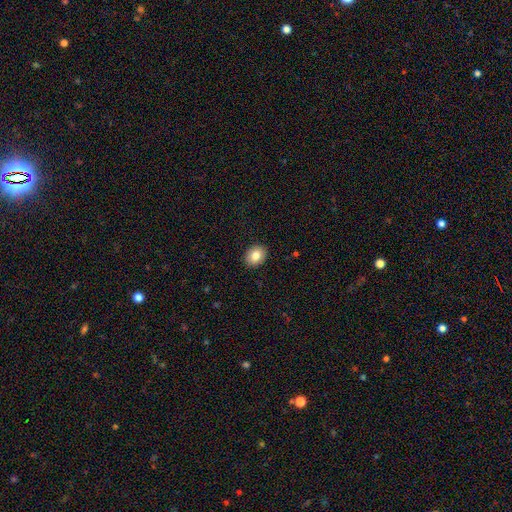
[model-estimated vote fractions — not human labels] Smooth or featured? Predicted: smooth (p=0.84). How rounded? Predicted: in between (p=0.59). Merging? Predicted: none (p=0.91).